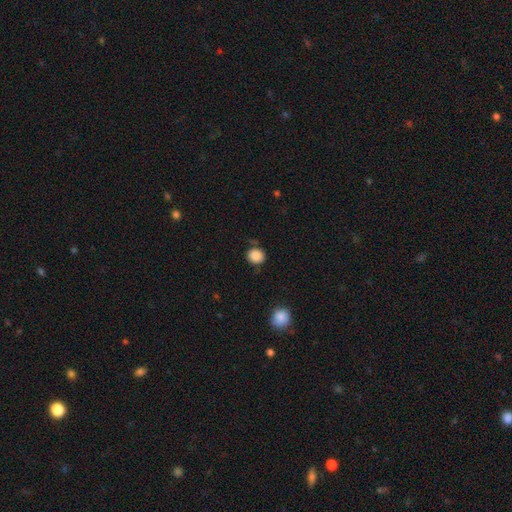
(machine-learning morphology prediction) This appears to be a smooth galaxy with no disk features (86%) that is round (86%). Merging: none (80%).